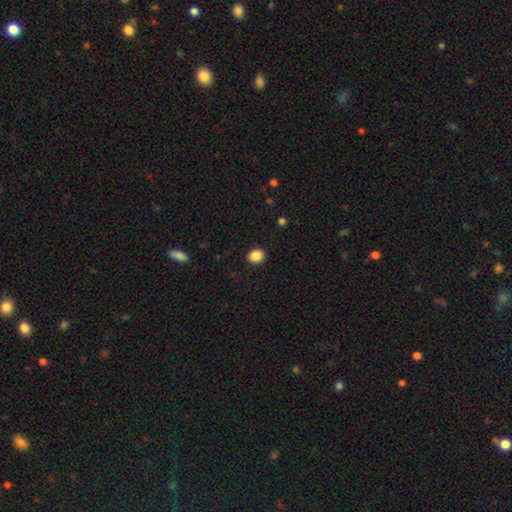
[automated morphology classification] A smooth galaxy with no disk features (87%) that is round (60%). Merging: none (91%).